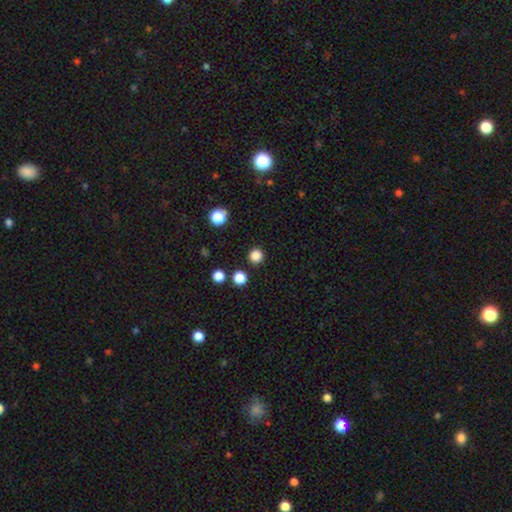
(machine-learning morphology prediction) The model was most divided on "smooth or featured": smooth: 83%, star or artifact: 14%, featured or disk: 3%. More confident: how rounded — round (95%); merging — none (90%).